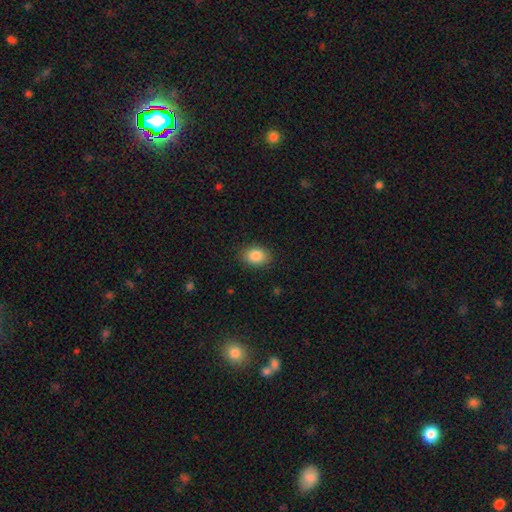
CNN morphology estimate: A smooth galaxy with no disk features (87%) that is in between round and cigar-shaped (67%). Merging: none (87%).